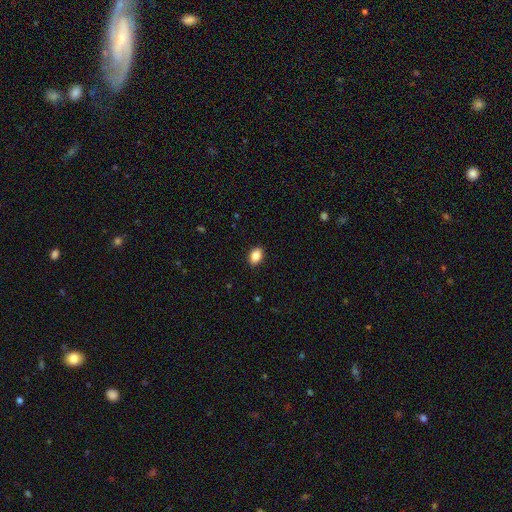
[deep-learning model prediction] A smooth galaxy with no disk features (87%) that is in between round and cigar-shaped (84%). Merging: none (89%).